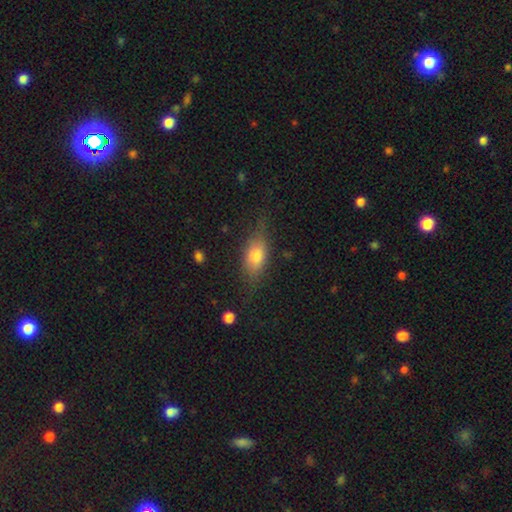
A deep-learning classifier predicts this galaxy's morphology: Smooth or featured? smooth (72%)
How rounded? in between (79%)
Merging? none (67%)